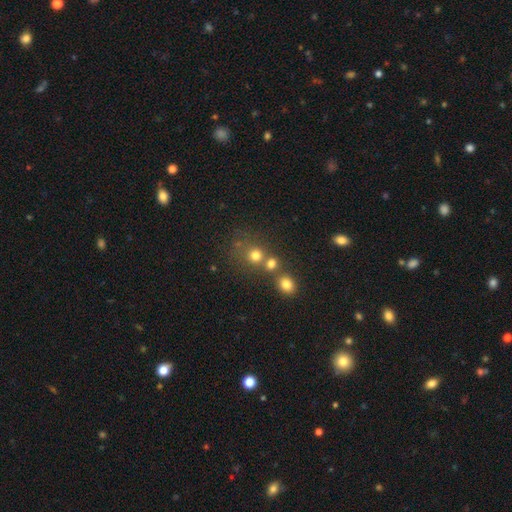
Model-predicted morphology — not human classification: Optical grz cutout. It shows a smooth galaxy with no disk features (72%) that is round (83%). Merging: none (52%).